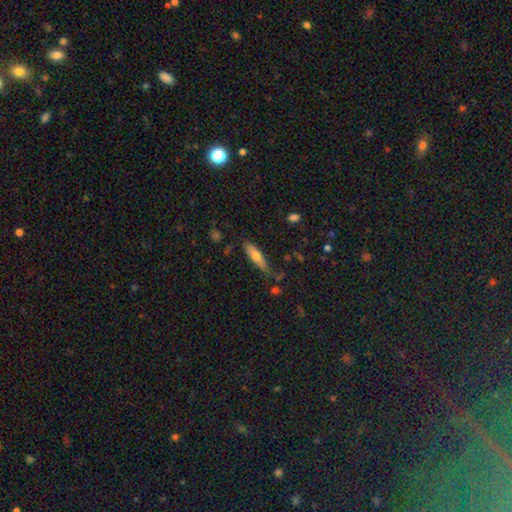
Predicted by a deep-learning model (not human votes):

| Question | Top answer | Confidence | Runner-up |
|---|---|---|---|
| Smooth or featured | smooth | 62% | featured or disk (31%) |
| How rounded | cigar-shaped | 69% | in between (29%) |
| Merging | none | 69% | minor disturbance (22%) |